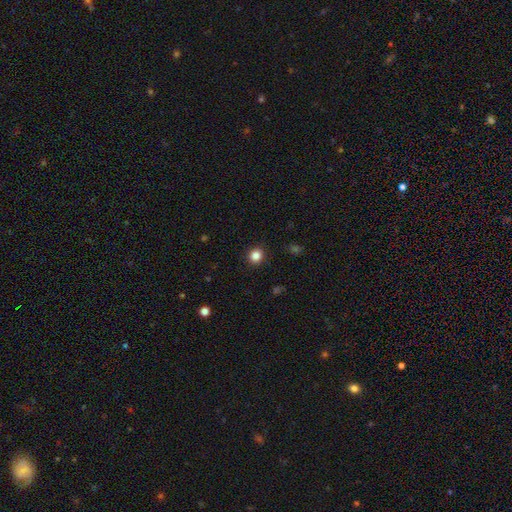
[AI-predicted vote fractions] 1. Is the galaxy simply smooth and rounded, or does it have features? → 84% smooth, 12% star or artifact, 4% featured or disk.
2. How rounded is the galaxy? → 87% round, 12% in between, 1% cigar-shaped.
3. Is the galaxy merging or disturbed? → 92% none, 6% minor disturbance, 2% major disturbance, 1% merger.